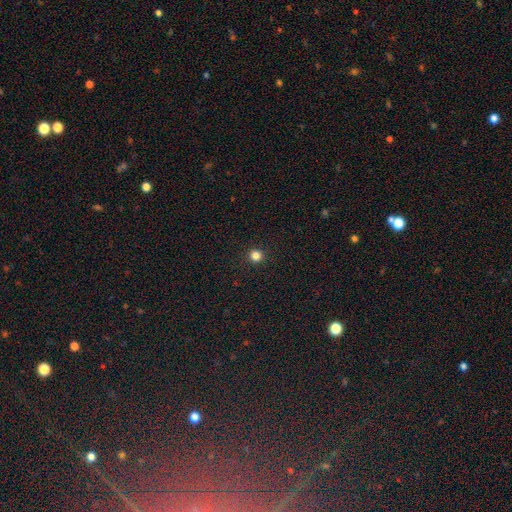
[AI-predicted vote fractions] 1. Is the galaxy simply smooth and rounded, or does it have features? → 82% smooth, 14% star or artifact, 4% featured or disk.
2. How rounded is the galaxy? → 95% round, 4% in between, 1% cigar-shaped.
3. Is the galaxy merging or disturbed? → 93% none, 4% minor disturbance, 2% major disturbance, 1% merger.